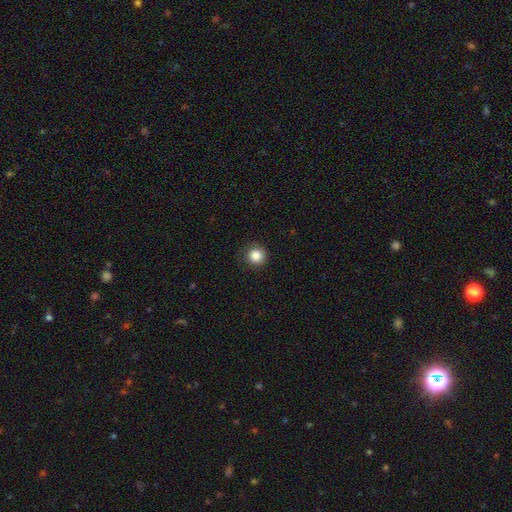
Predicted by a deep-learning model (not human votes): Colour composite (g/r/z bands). It shows a smooth galaxy with no disk features (86%) that is round (94%). Merging: none (88%).